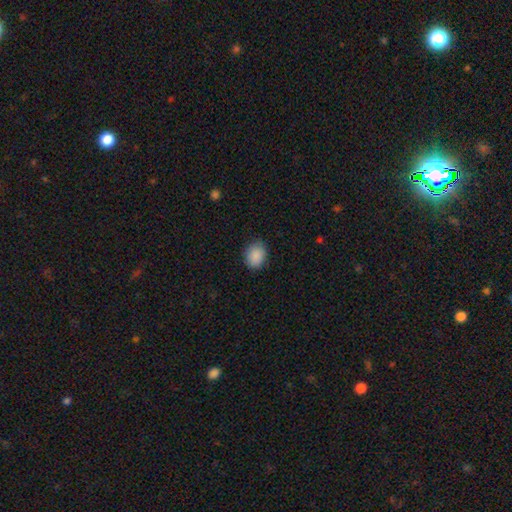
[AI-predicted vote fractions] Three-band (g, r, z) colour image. It shows a smooth galaxy with no disk features (89%) that is in between round and cigar-shaped (57%). Merging: none (85%).